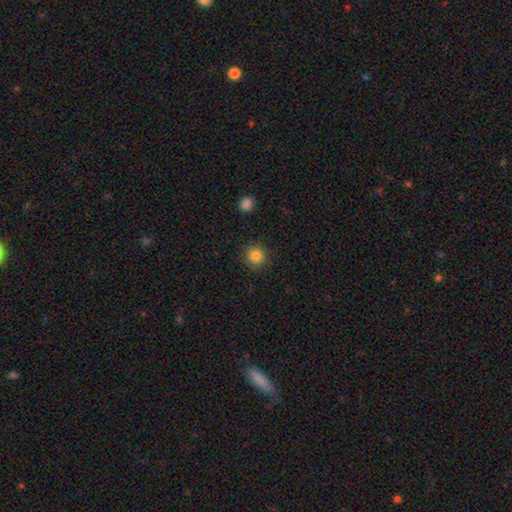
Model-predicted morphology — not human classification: This is clearly a smooth galaxy (84%). How rounded: clearly round (94%). Merging: clearly none (91%).